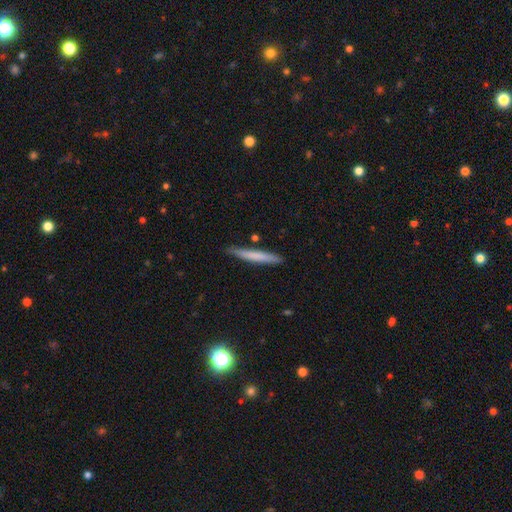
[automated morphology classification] A smooth galaxy with no disk features (69%) that is cigar-shaped (95%). Merging: none (84%).